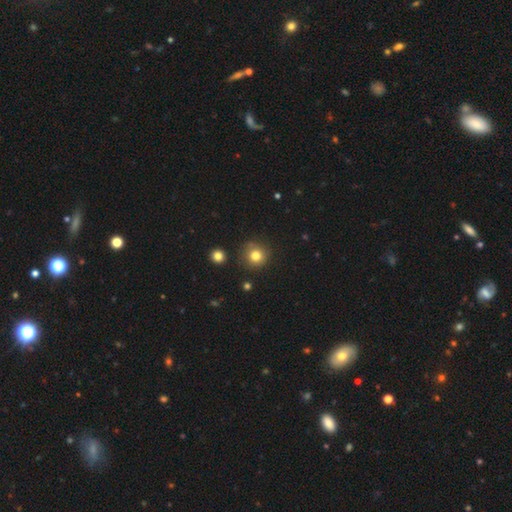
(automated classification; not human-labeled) smooth 80%, star or artifact 13%, featured or disk 8%. Down the decision tree: how rounded — round (92%); merging — none (82%).